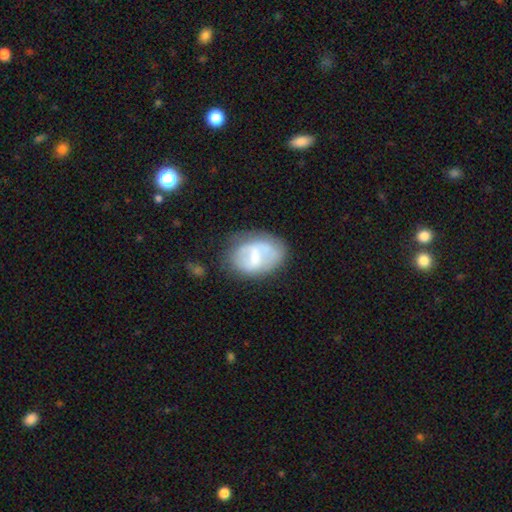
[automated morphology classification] A featured or disk galaxy (48%).

Vote fractions:
- Smooth or featured? featured or disk: 48% / smooth: 44% / star or artifact: 7%
- Merging? none: 57% / minor disturbance: 26% / major disturbance: 13% / merger: 4%